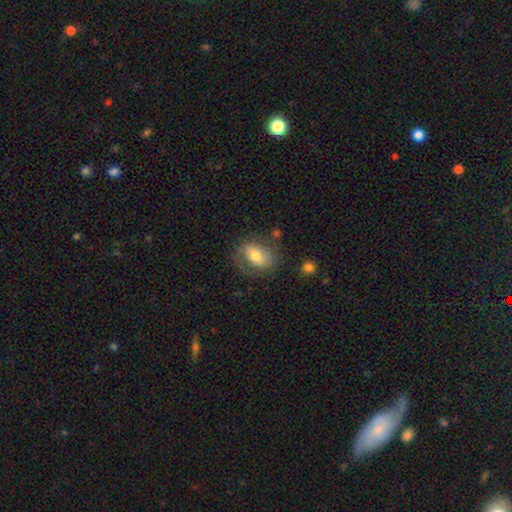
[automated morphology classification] smooth-or-featured: smooth: 60% | featured or disk: 32% | star or artifact: 7%
  how-rounded: in between: 78% | round: 20% | cigar-shaped: 2%
  merging: none: 67% | minor disturbance: 20% | major disturbance: 10% | merger: 3%